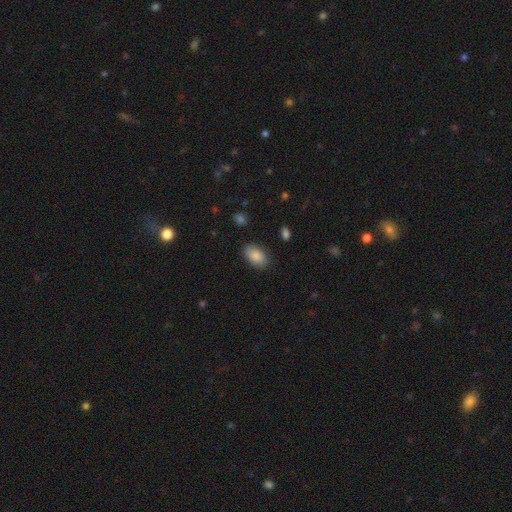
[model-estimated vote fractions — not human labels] The model was most divided on "merging": none: 85%, minor disturbance: 10%, major disturbance: 3%, merger: 1%. More confident: how rounded — in between (93%); smooth or featured — smooth (88%).